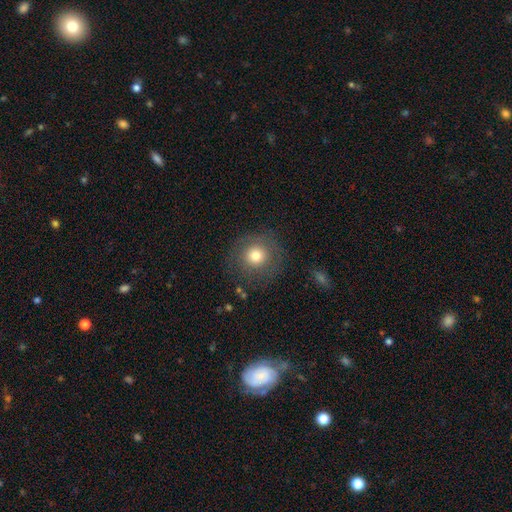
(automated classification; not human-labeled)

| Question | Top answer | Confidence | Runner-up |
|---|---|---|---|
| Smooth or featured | smooth | 74% | featured or disk (14%) |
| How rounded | round | 93% | in between (6%) |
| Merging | none | 84% | minor disturbance (10%) |